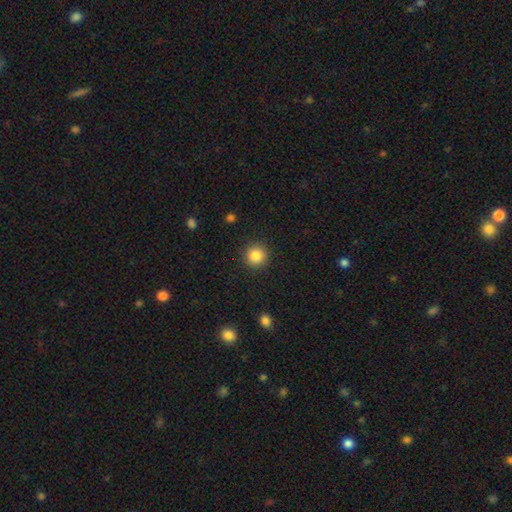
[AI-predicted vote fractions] This is clearly a smooth galaxy (85%). How rounded: clearly round (94%). Merging: clearly none (91%).